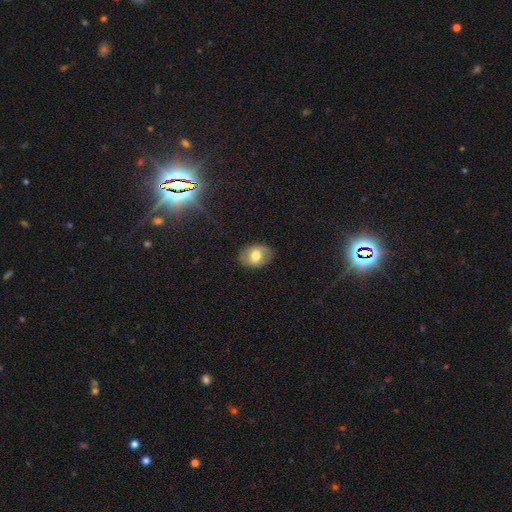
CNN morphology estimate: A smooth galaxy with no disk features (63%) that is in between round and cigar-shaped (74%).

Vote fractions:
- Smooth or featured? smooth: 63% / featured or disk: 28% / star or artifact: 8%
- How rounded? in between: 74% / round: 25% / cigar-shaped: 1%
- Merging? none: 85% / minor disturbance: 11% / major disturbance: 3% / merger: 1%